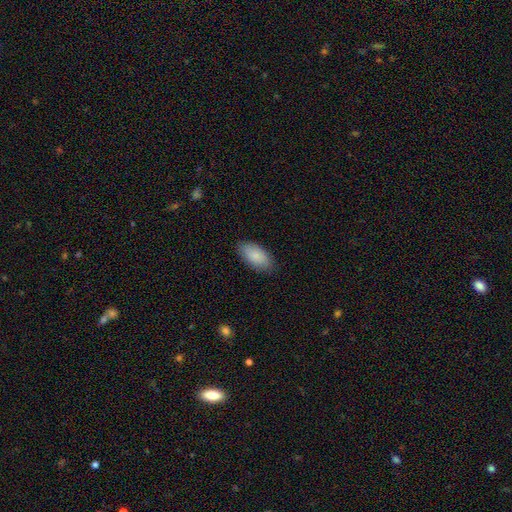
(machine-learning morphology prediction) smooth_or_featured: smooth (p=0.86) [alt: featured or disk p=0.08]
how_rounded: in between (p=0.93) [alt: cigar-shaped p=0.05]
merging: none (p=0.86) [alt: minor disturbance p=0.11]